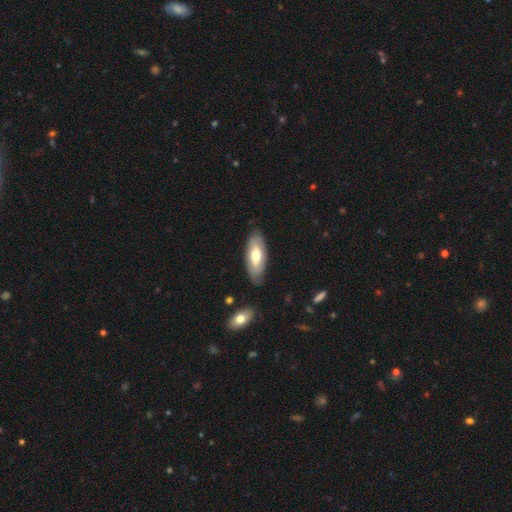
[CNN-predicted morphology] Overall: smooth (61%; featured or disk 34%). How rounded: in between (76%). Merging: none (81%).